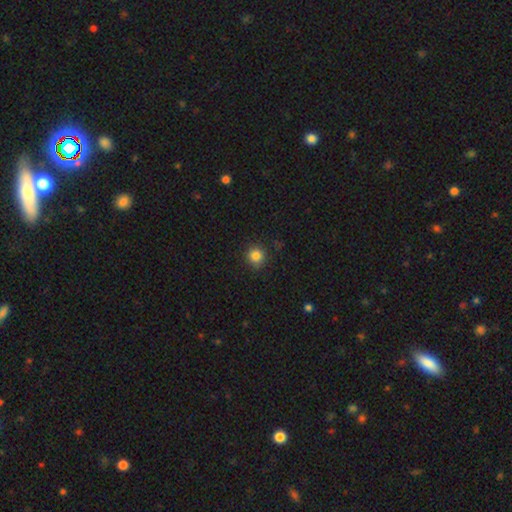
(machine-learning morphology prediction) A smooth galaxy with no disk features (84%) that is round (93%).

Vote fractions:
- Smooth or featured? smooth: 84% / star or artifact: 12% / featured or disk: 5%
- How rounded? round: 93% / in between: 6% / cigar-shaped: 1%
- Merging? none: 90% / minor disturbance: 7% / major disturbance: 2% / merger: 1%